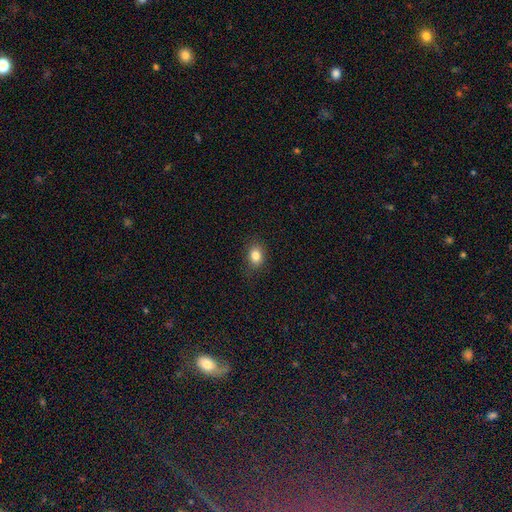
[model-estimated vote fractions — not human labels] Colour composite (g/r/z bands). It shows a smooth galaxy with no disk features (83%) that is in between round and cigar-shaped (57%). Merging: none (84%).